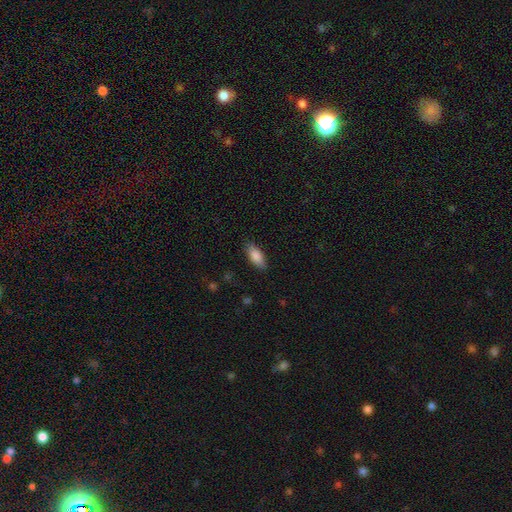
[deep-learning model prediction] Smooth or featured? smooth (86%)
How rounded? in between (80%)
Merging? none (85%)